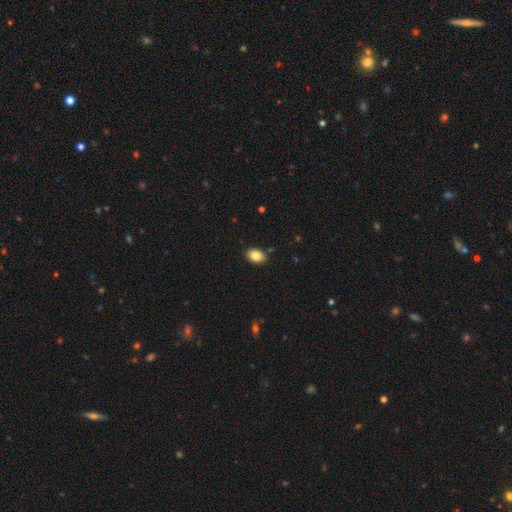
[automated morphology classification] smooth 85%, star or artifact 8%, featured or disk 7%. Down the decision tree: how rounded — in between (85%); merging — none (87%).